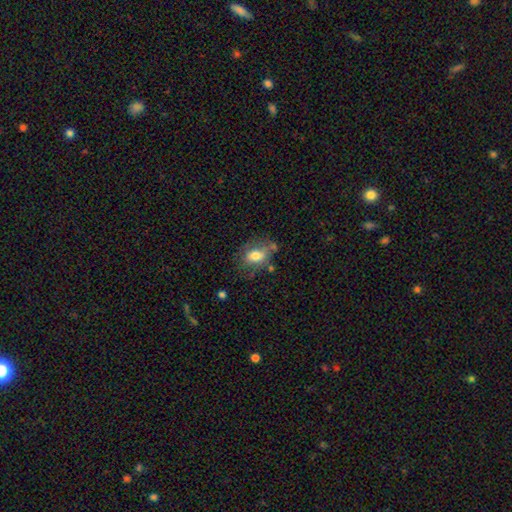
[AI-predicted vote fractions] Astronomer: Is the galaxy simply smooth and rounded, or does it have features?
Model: smooth — 72%.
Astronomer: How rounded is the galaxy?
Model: in between — 78%.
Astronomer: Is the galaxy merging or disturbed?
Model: none — 57%.